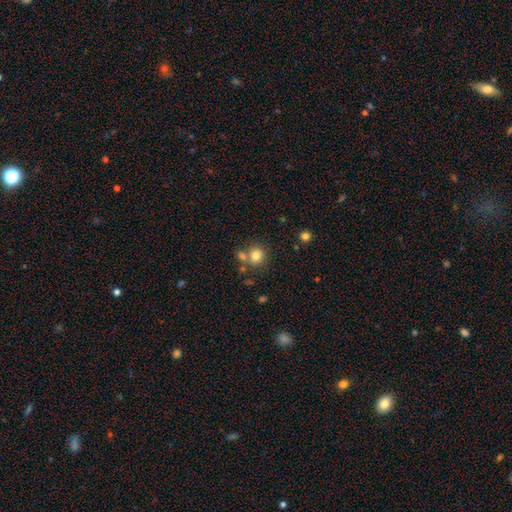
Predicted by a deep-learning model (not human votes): Smooth or featured? smooth (79%)
How rounded? round (84%)
Merging? none (64%)